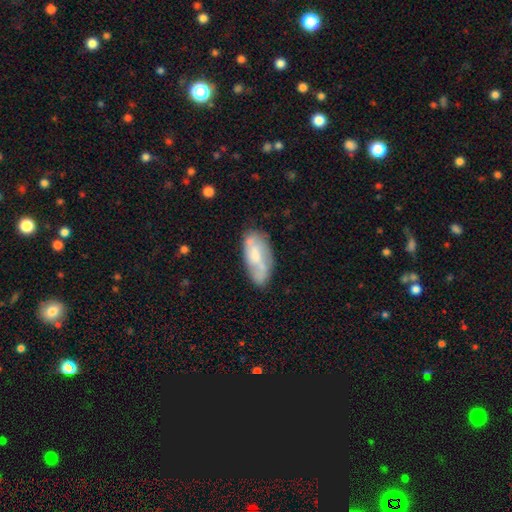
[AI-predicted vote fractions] Smooth or featured? smooth (47%)
Merging? none (58%)